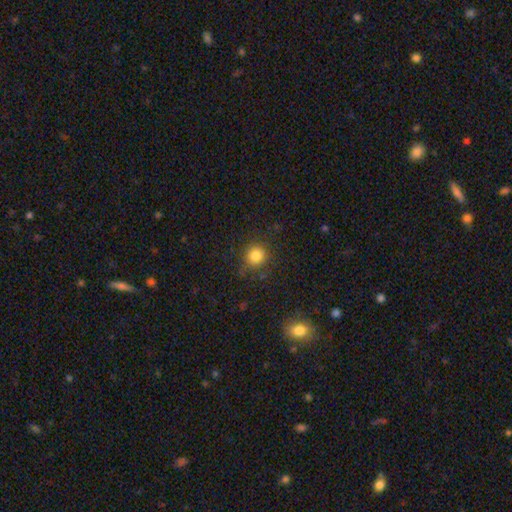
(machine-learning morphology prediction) Smooth or featured: smooth — 83% (star or artifact — 12%)
How rounded: round — 90% (in between — 9%)
Merging: none — 83% (minor disturbance — 11%)